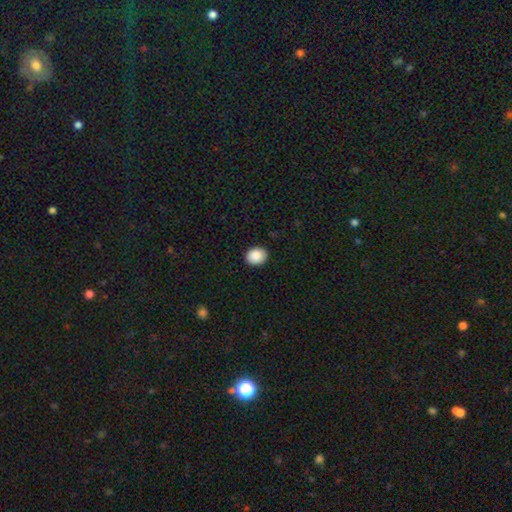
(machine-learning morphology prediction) smooth 89%, star or artifact 8%, featured or disk 3%. Down the decision tree: how rounded — round (54%); merging — none (90%).